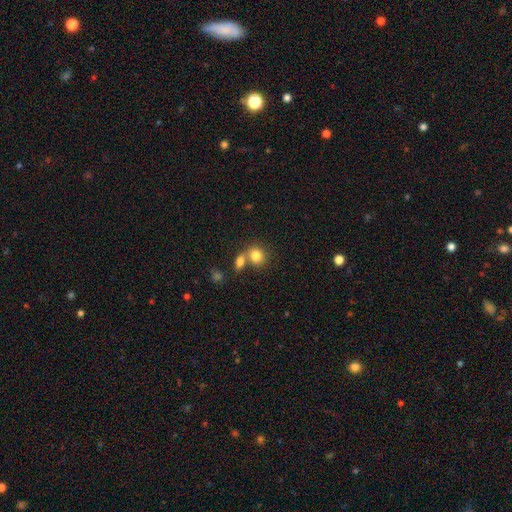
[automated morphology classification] type=smooth (81%); roundness=round (70%); merging=none (46%).